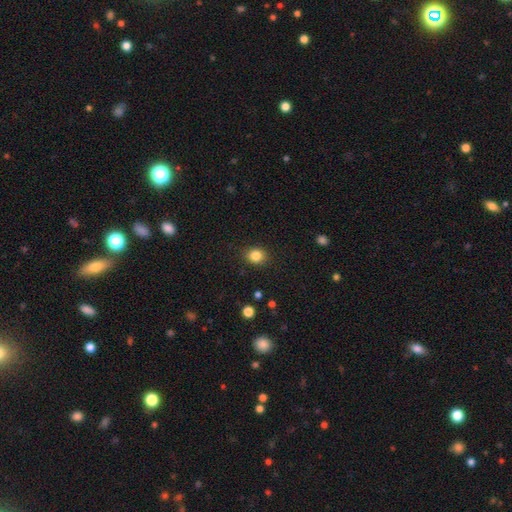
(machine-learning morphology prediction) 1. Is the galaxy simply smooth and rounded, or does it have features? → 84% smooth, 11% star or artifact, 5% featured or disk.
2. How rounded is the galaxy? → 70% round, 29% in between, 1% cigar-shaped.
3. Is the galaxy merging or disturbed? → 89% none, 8% minor disturbance, 2% major disturbance, 1% merger.